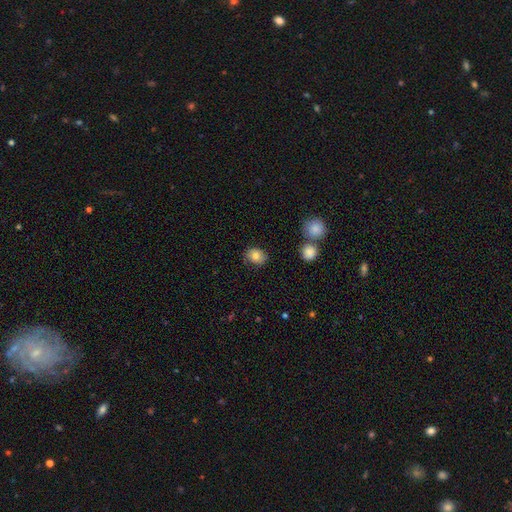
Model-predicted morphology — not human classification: type=smooth (78%); roundness=round (56%); merging=none (77%).